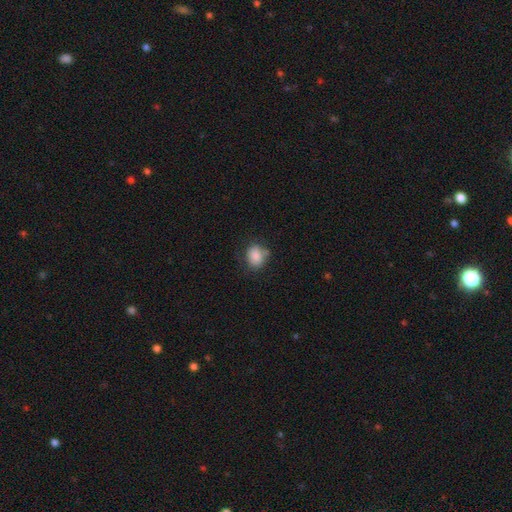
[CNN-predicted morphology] Smooth or featured? Predicted: smooth (p=0.83). How rounded? Predicted: round (p=0.53). Merging? Predicted: none (p=0.62).